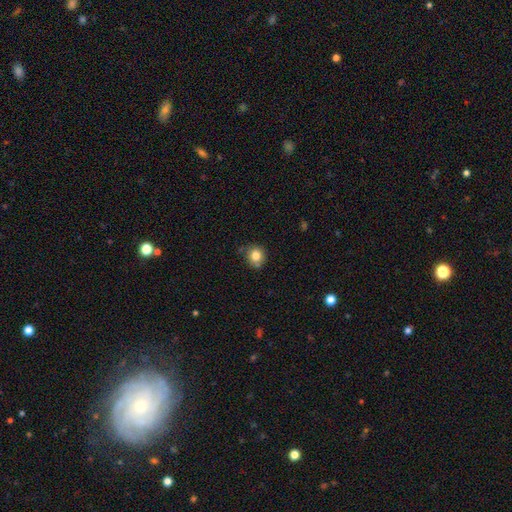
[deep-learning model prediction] The model was most divided on "merging": none: 79%, minor disturbance: 15%, merger: 4%, major disturbance: 3%. More confident: how rounded — round (86%); smooth or featured — smooth (82%).